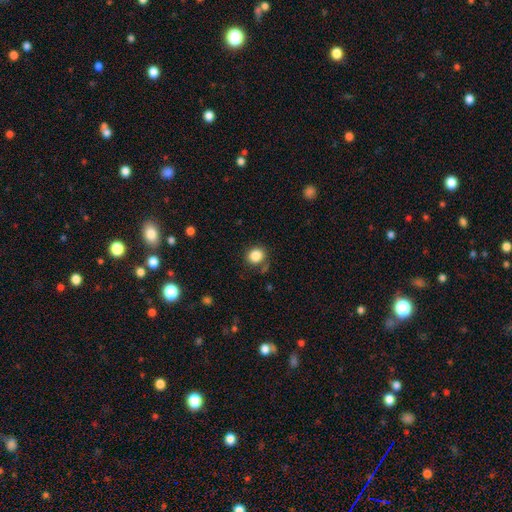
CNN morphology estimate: This appears to be a smooth galaxy with no disk features (85%) that is round (79%). Merging: none (78%).